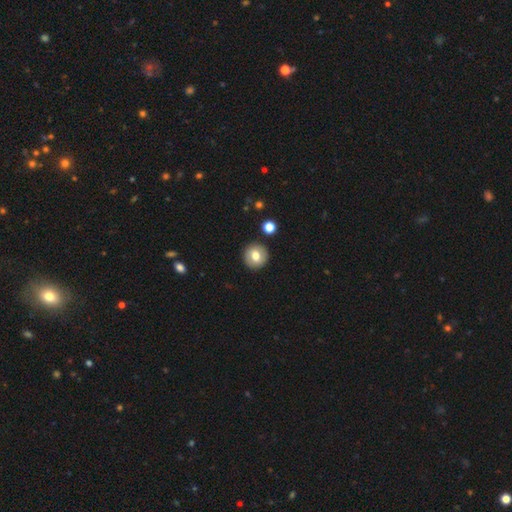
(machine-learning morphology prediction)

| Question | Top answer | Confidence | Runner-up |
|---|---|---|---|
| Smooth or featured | smooth | 72% | featured or disk (20%) |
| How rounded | round | 92% | in between (7%) |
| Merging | none | 90% | minor disturbance (6%) |